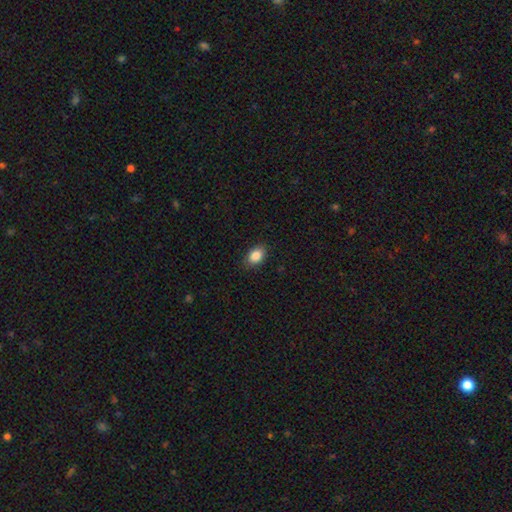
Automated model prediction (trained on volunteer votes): This appears to be a smooth galaxy with no disk features (87%) that is in between round and cigar-shaped (82%). Merging: none (87%).